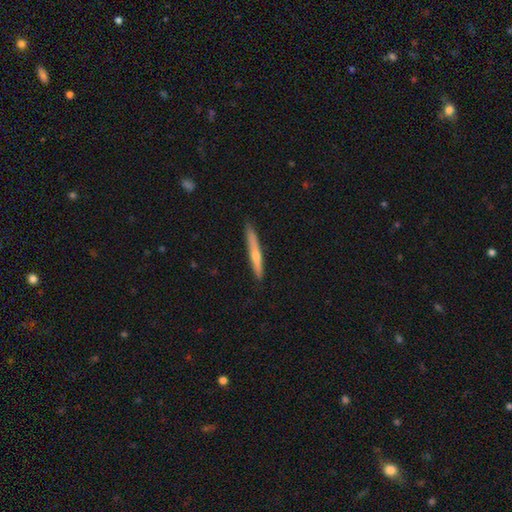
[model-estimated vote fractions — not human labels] smooth-or-featured: smooth: 49% | featured or disk: 45% | star or artifact: 6%
  merging: none: 87% | minor disturbance: 10% | major disturbance: 2% | merger: 1%